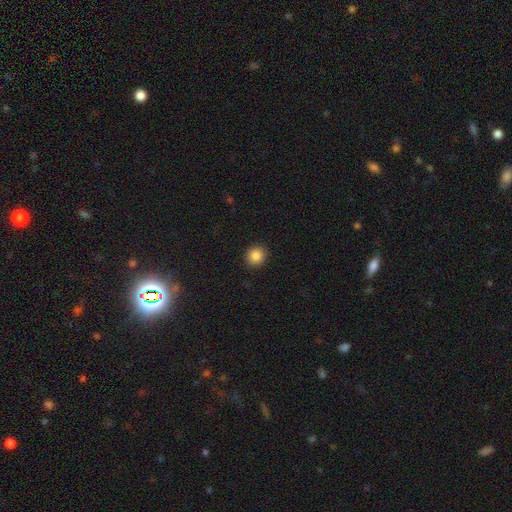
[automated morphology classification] smooth_or_featured: smooth (p=0.86) [alt: star or artifact p=0.10]
how_rounded: round (p=0.87) [alt: in between p=0.12]
merging: none (p=0.91) [alt: minor disturbance p=0.06]